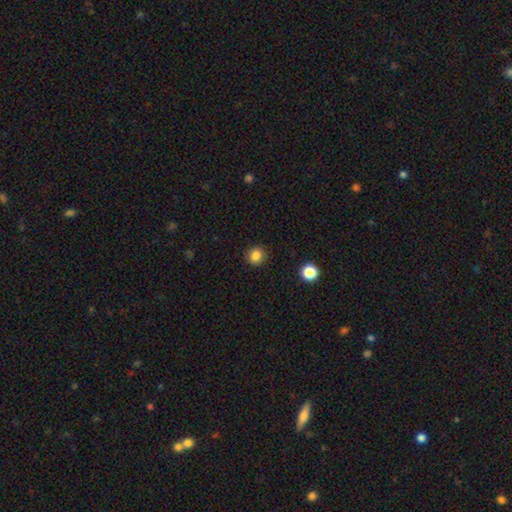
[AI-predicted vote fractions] Morphology: type=smooth (85%); roundness=round (89%); merging=none (89%).